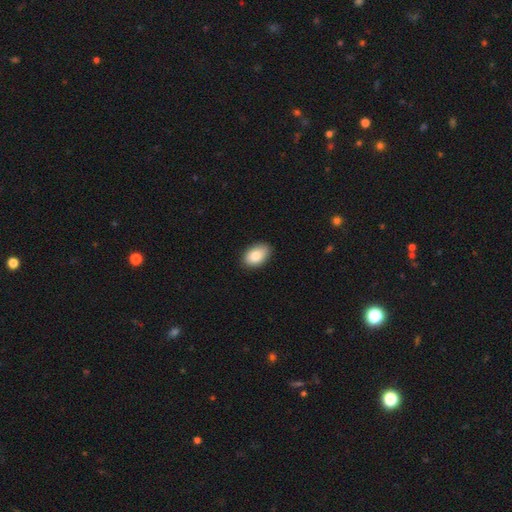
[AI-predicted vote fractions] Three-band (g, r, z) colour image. It shows a smooth galaxy with no disk features (84%) that is in between round and cigar-shaped (90%). Merging: none (87%).